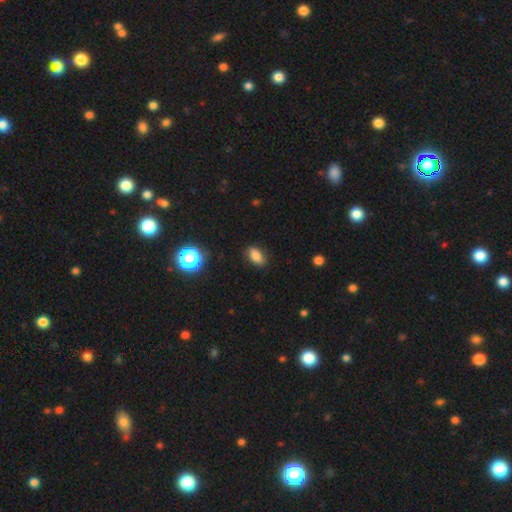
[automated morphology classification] Q: Smooth or featured?
A: smooth (83%); runner-up: star or artifact (11%)
Q: How rounded?
A: in between (88%); runner-up: round (8%)
Q: Merging?
A: none (83%); runner-up: minor disturbance (13%)